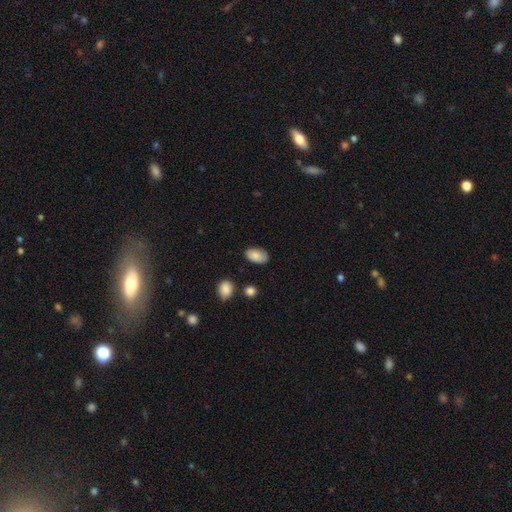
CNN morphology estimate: Overall: smooth (85%). How rounded: in between (94%). Merging: none (83%).